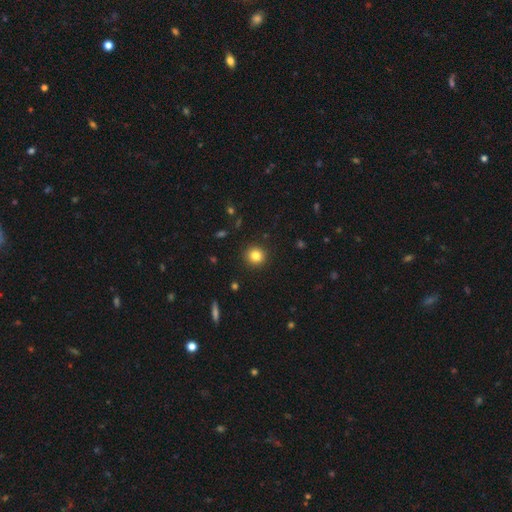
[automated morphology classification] Smooth or featured?
  - smooth: 82% *
  - star or artifact: 11%
  - featured or disk: 6%
How rounded?
  - round: 92% *
  - in between: 7%
  - cigar-shaped: 1%
Merging?
  - none: 92% *
  - minor disturbance: 5%
  - major disturbance: 2%
  - merger: 1%